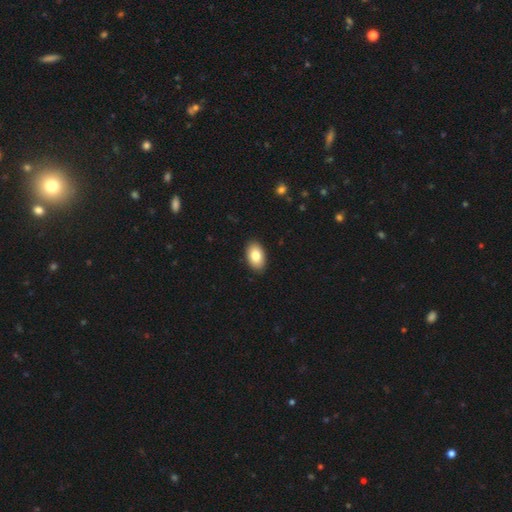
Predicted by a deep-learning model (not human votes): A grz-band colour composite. It shows a smooth galaxy with no disk features (84%) that is in between round and cigar-shaped (93%). Merging: none (90%).